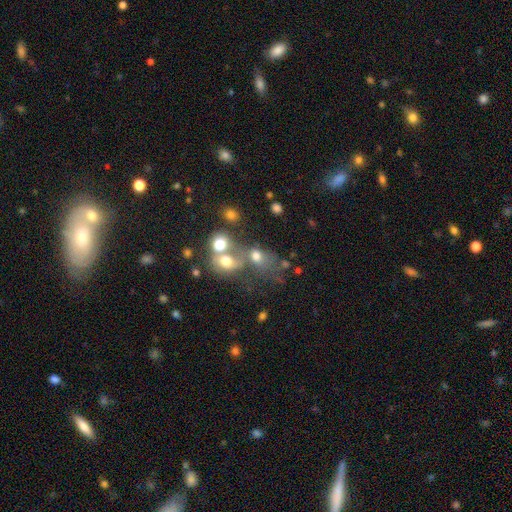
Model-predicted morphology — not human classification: Smooth or featured? smooth (68%)
How rounded? round (52%)
Merging? merger (53%)